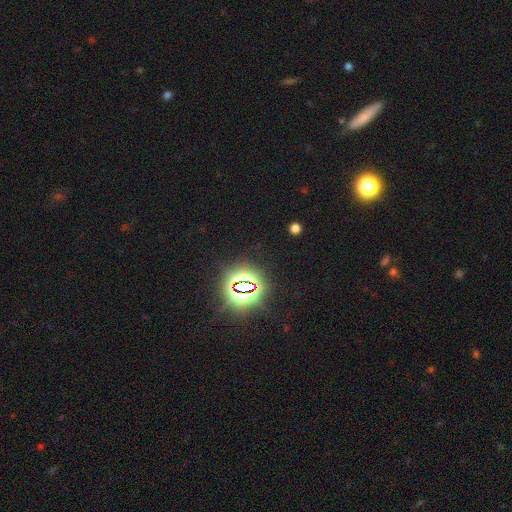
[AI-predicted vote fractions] This appears to be a star or artifact, not a galaxy (80%).